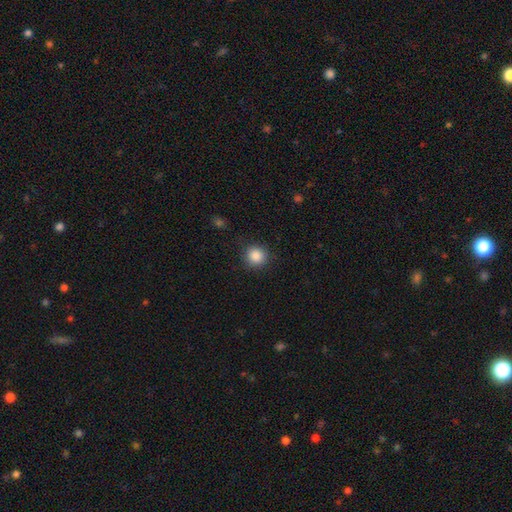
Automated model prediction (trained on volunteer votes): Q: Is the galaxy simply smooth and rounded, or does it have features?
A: smooth — 87%.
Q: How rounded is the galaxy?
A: round — 93%.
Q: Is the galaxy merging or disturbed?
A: none — 89%.